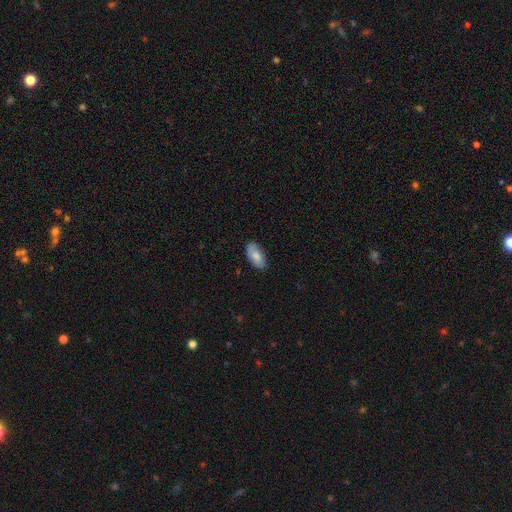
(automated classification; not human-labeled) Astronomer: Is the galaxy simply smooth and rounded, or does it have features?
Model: smooth — 83%.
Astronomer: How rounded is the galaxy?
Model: in between — 93%.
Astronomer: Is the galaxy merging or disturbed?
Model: none — 83%.